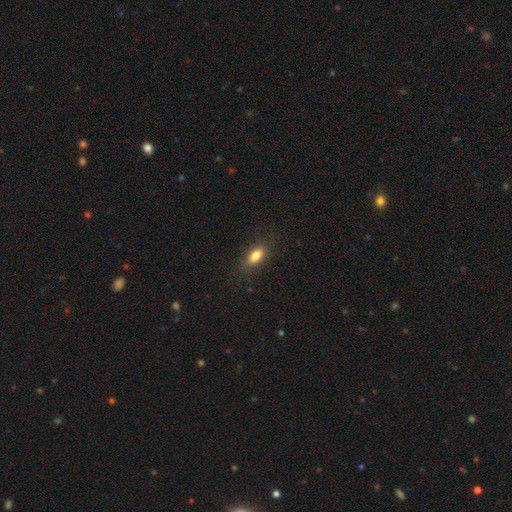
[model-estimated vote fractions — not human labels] This is clearly a smooth galaxy (82%). How rounded: clearly in between (81%). Merging: clearly none (83%).